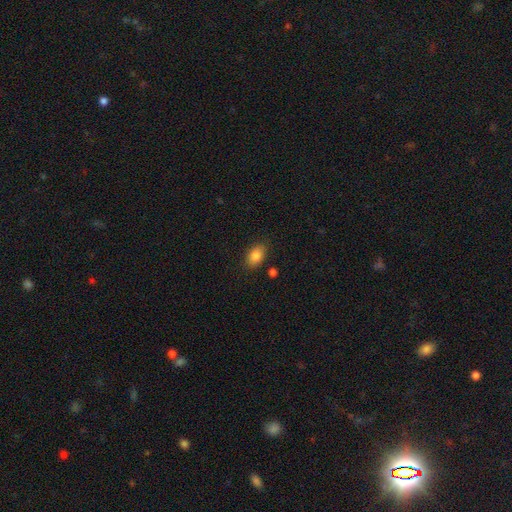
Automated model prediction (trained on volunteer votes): This is clearly a smooth galaxy (85%). How rounded: clearly in between (87%). Merging: clearly none (84%).